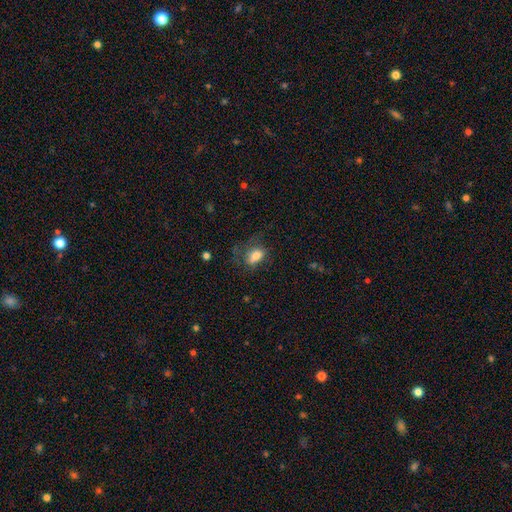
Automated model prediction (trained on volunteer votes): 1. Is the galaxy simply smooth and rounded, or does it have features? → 72% smooth, 17% featured or disk, 11% star or artifact.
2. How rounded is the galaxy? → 81% in between, 16% round, 3% cigar-shaped.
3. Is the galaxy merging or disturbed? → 40% none, 30% major disturbance, 25% minor disturbance, 4% merger.